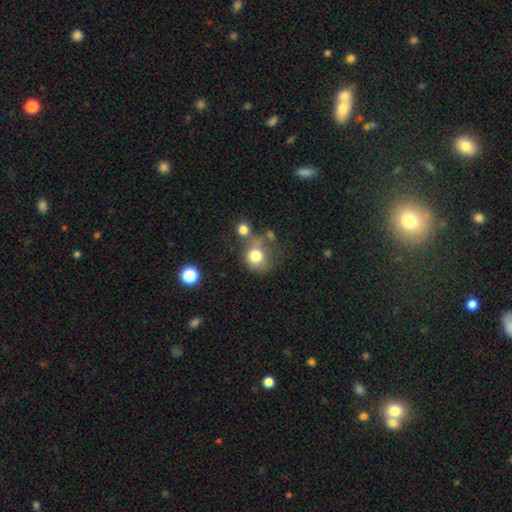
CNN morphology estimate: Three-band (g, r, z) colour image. It shows a smooth galaxy with no disk features (77%) that is round (77%). Merging: none (49%).